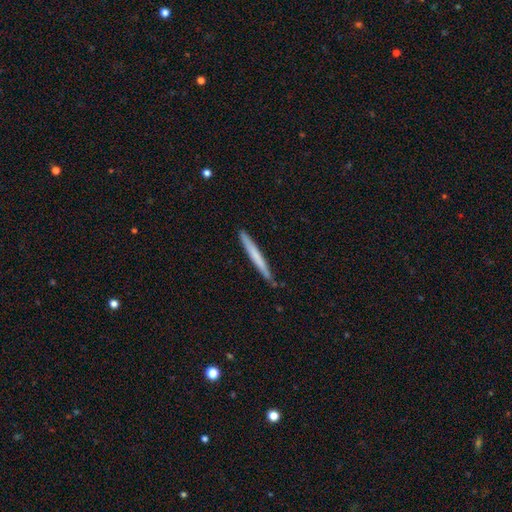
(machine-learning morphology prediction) The model was most divided on "smooth or featured": smooth: 63%, featured or disk: 32%, star or artifact: 5%. More confident: how rounded — cigar-shaped (97%); merging — none (85%).